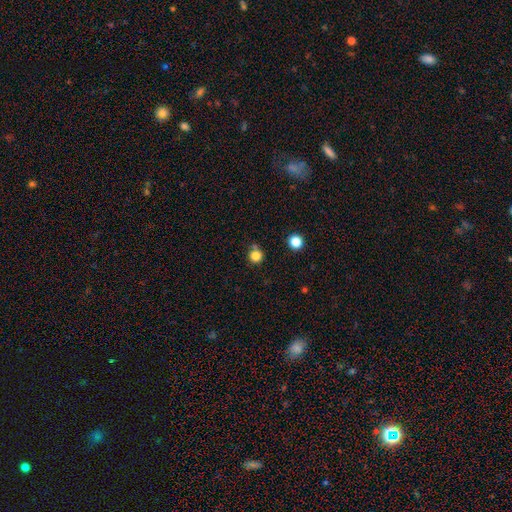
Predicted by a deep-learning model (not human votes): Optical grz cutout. It shows a smooth galaxy with no disk features (82%) that is round (94%). Merging: none (74%).